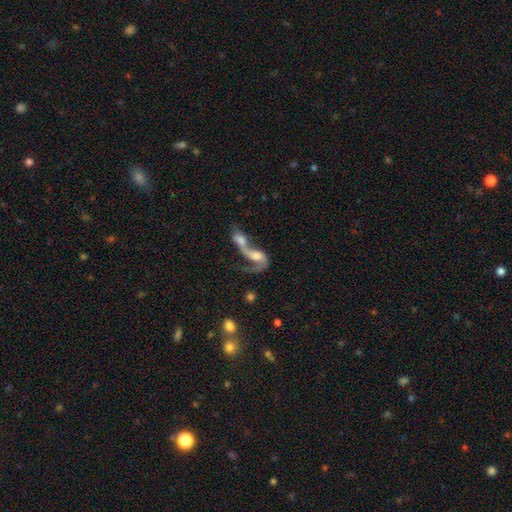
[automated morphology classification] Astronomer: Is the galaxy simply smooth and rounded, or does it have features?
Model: featured or disk — 61%.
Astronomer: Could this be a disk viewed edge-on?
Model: no — 94%.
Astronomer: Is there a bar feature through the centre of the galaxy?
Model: no — 62%.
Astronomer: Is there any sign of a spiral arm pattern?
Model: yes — 75%.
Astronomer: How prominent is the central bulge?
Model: moderate — 45% (runner-up: large, 21%).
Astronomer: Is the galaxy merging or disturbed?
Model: merger — 80%.